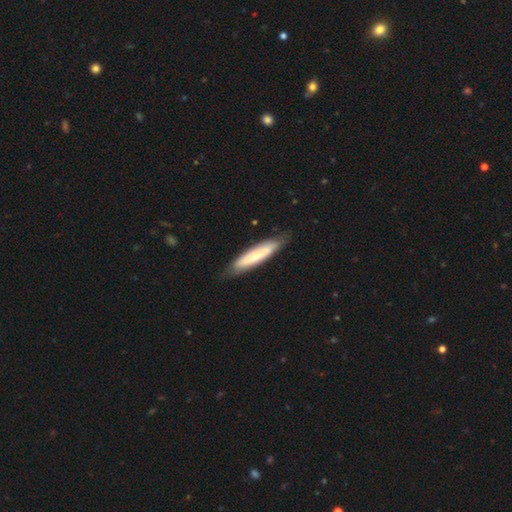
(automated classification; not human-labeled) This appears to be a smooth galaxy with no disk features (61%) that is cigar-shaped (80%). Merging: none (80%).